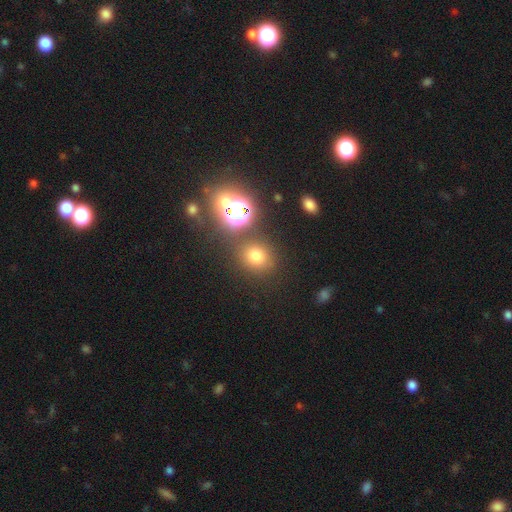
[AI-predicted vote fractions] Overall: smooth (68%). How rounded: round (77%). Merging: none (78%).